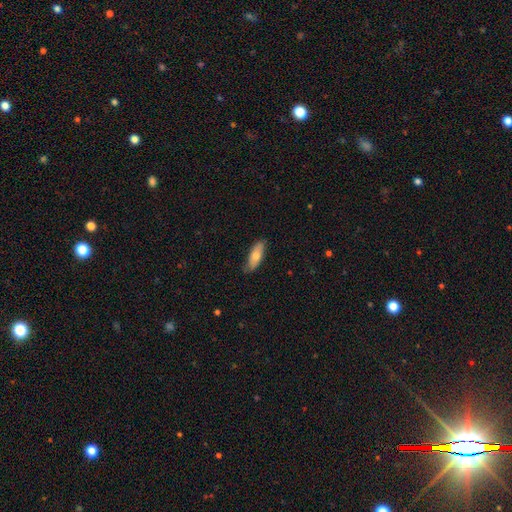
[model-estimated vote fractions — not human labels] Smooth or featured?
  - smooth: 73% *
  - featured or disk: 22%
  - star or artifact: 6%
How rounded?
  - in between: 63% *
  - cigar-shaped: 35%
  - round: 2%
Merging?
  - none: 80% *
  - minor disturbance: 17%
  - major disturbance: 3%
  - merger: 1%